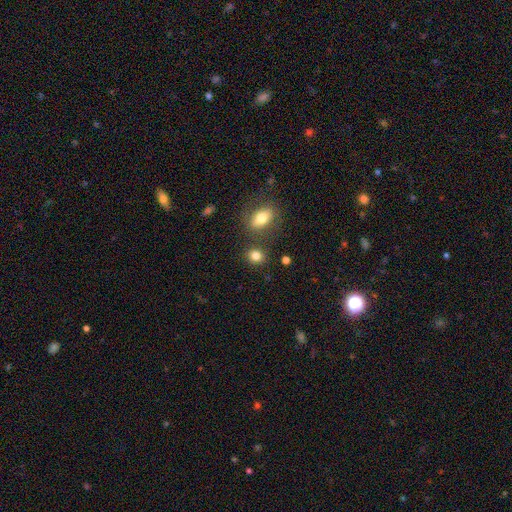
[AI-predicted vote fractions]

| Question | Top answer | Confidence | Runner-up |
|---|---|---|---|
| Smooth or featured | smooth | 82% | star or artifact (11%) |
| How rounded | round | 66% | in between (33%) |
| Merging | none | 78% | minor disturbance (9%) |